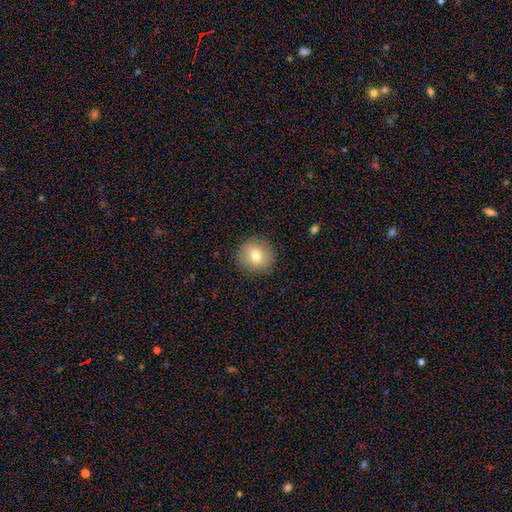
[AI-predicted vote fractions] Smooth or featured? Predicted: smooth (p=0.75). How rounded? Predicted: round (p=0.91). Merging? Predicted: none (p=0.90).